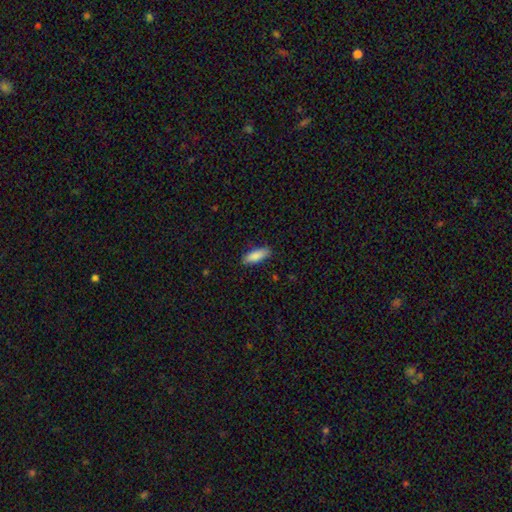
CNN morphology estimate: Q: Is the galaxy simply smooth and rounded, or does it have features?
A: smooth — 87%.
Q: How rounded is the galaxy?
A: in between — 65%.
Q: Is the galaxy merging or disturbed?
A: none — 86%.